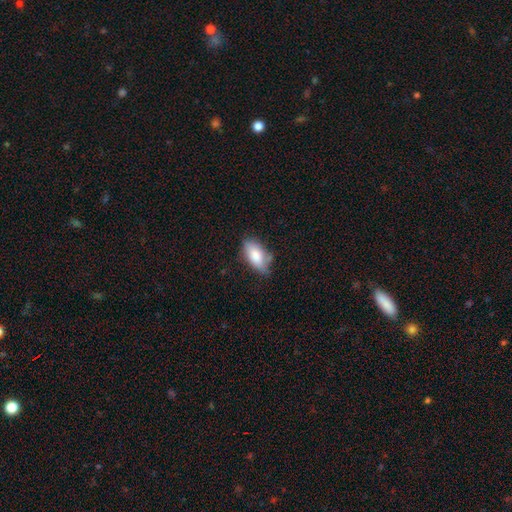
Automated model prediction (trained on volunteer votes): A smooth galaxy with no disk features (80%) that is in between round and cigar-shaped (88%). Merging: none (63%).